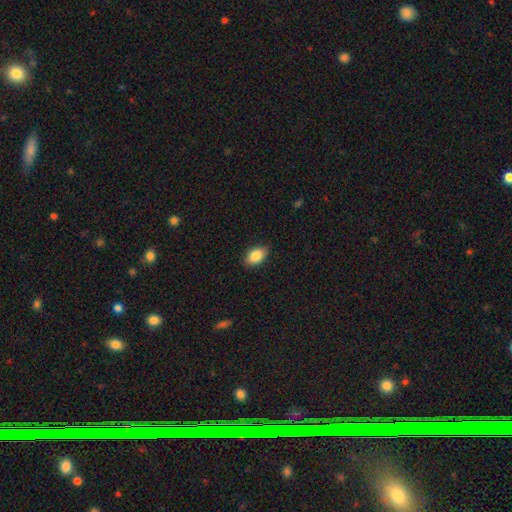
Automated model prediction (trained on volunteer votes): This appears to be a smooth galaxy with no disk features (88%) that is in between round and cigar-shaped (89%). Merging: none (86%).